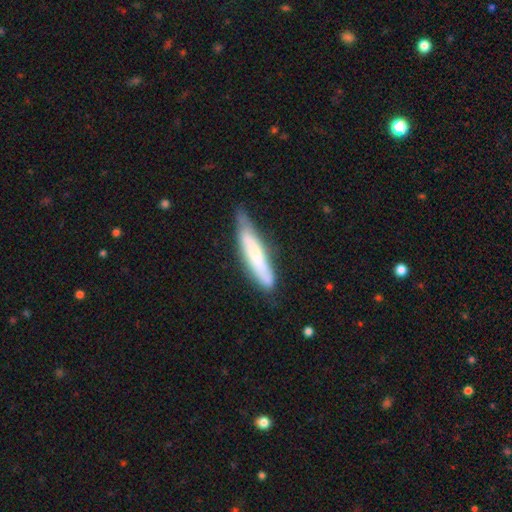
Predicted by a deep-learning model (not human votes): Smooth or featured?
  - smooth: 59% *
  - featured or disk: 35%
  - star or artifact: 6%
How rounded?
  - cigar-shaped: 84% *
  - in between: 14%
  - round: 1%
Merging?
  - none: 65% *
  - minor disturbance: 27%
  - major disturbance: 6%
  - merger: 2%